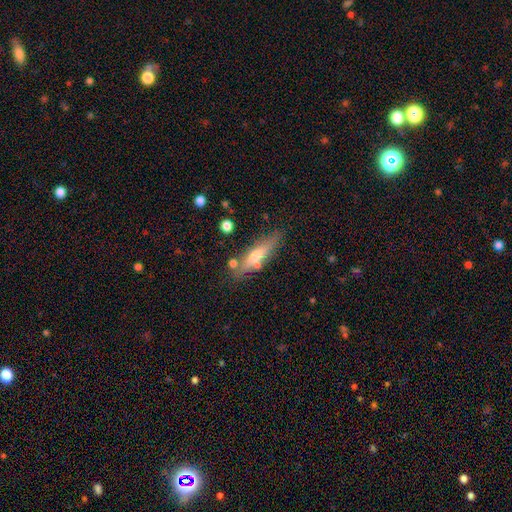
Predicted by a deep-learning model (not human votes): smooth-or-featured: smooth: 48% | featured or disk: 45% | star or artifact: 7%
  merging: none: 74% | minor disturbance: 14% | merger: 8% | major disturbance: 4%